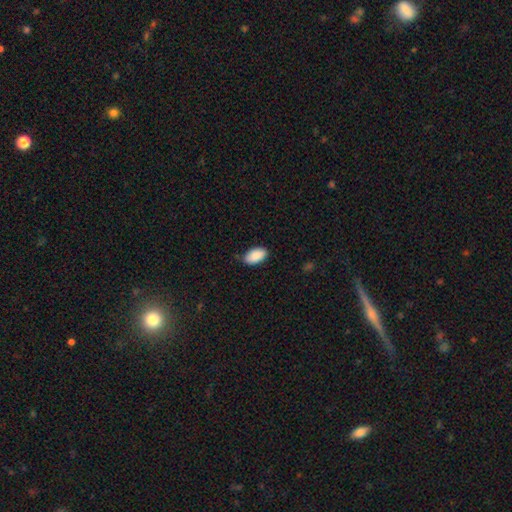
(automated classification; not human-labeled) Smooth or featured? Predicted: smooth (p=0.90). How rounded? Predicted: in between (p=0.95). Merging? Predicted: none (p=0.78).